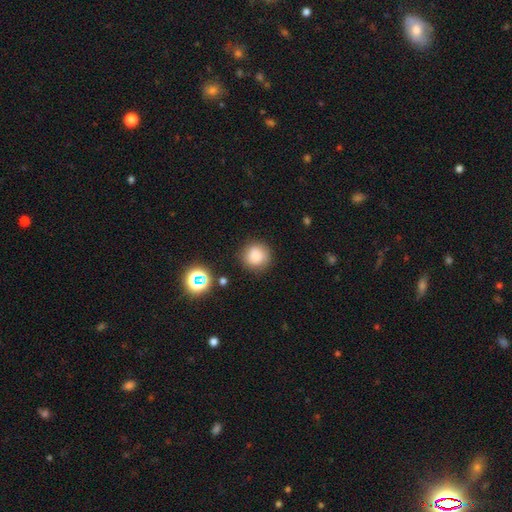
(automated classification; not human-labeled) smooth 83%, star or artifact 12%, featured or disk 5%. Down the decision tree: how rounded — round (92%); merging — none (85%).